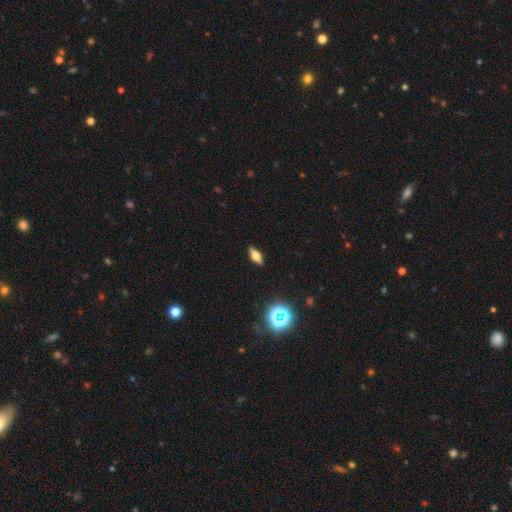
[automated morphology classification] Smooth or featured?
  - smooth: 50% *
  - featured or disk: 36%
  - star or artifact: 13%
How rounded?
  - in between: 66% *
  - cigar-shaped: 28%
  - round: 6%
Merging?
  - none: 89% *
  - minor disturbance: 8%
  - major disturbance: 2%
  - merger: 1%